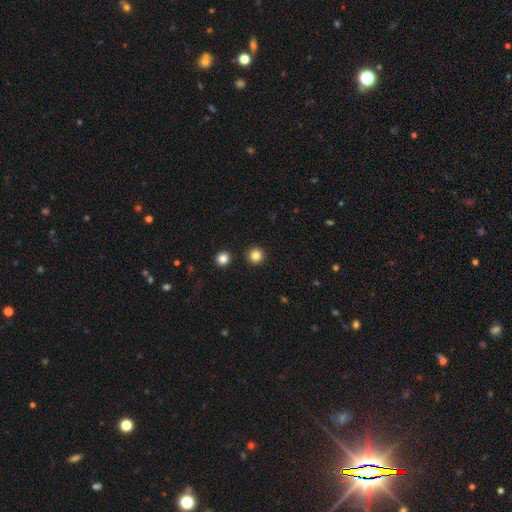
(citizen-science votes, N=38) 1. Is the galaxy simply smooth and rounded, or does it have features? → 92% smooth, 8% star or artifact, 0% featured or disk.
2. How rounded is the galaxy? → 97% round, 3% in between, 0% cigar-shaped.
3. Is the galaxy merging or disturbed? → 94% none, 6% minor disturbance, 0% major disturbance, 0% merger.